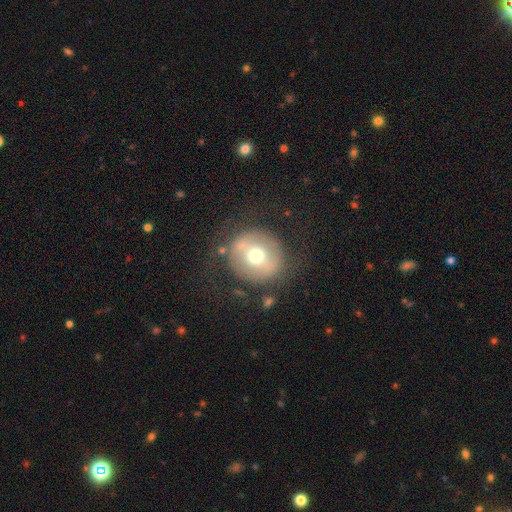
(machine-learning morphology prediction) Smooth or featured? smooth (51%)
How rounded? round (91%)
Merging? none (75%)